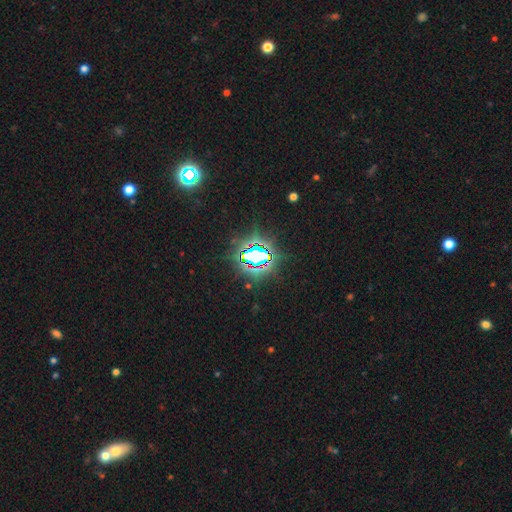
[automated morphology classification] type=star or artifact (78%).